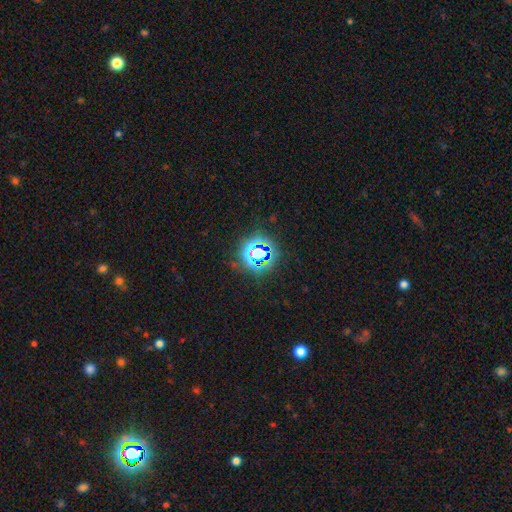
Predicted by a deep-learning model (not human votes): Morphology: type=star or artifact (76%).